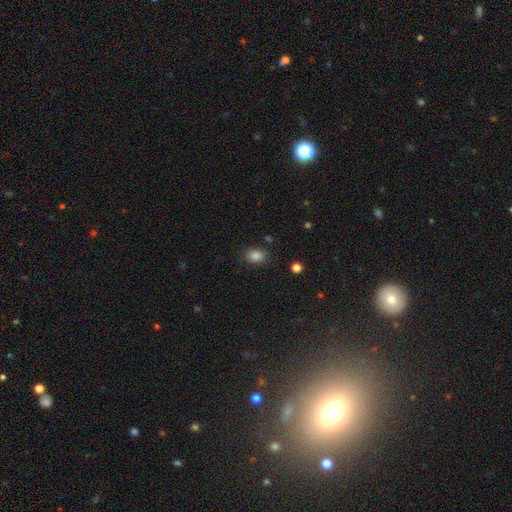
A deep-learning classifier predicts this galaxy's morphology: This appears to be a smooth galaxy with no disk features (84%) that is in between round and cigar-shaped (67%). Merging: none (83%).